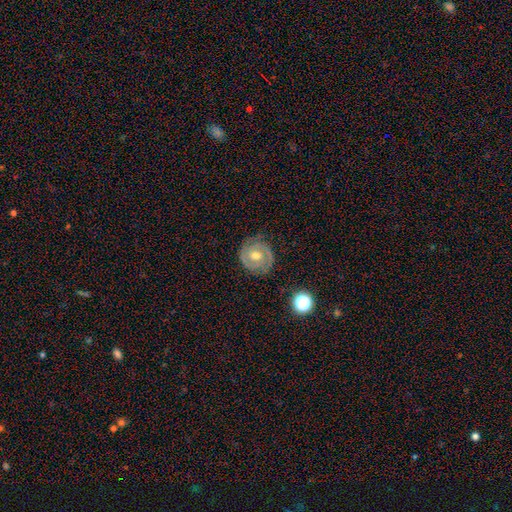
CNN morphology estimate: A featured or disk galaxy (80%) with no bar (64%), 2 (76%) tight (69%) spiral arms (92%) and a moderate central bulge (76%).

Vote fractions:
- Smooth or featured? featured or disk: 80% / smooth: 13% / star or artifact: 7%
- Edge-on disk? no: 98% / yes: 2%
- Bar? no: 64% / weak: 29% / strong: 7%
- Spiral arms? yes: 92% / no: 8%
- Spiral winding? tight: 69% / medium: 26% / loose: 5%
- Spiral arm count? 2: 76% / can't tell: 10% / 3: 6% / 1: 4% / 4: 2% / more than 4: 2%
- Bulge size? moderate: 76% / small: 19% / large: 4% / none: 1% / dominant: 1%
- Merging? none: 81% / minor disturbance: 14% / major disturbance: 4% / merger: 1%